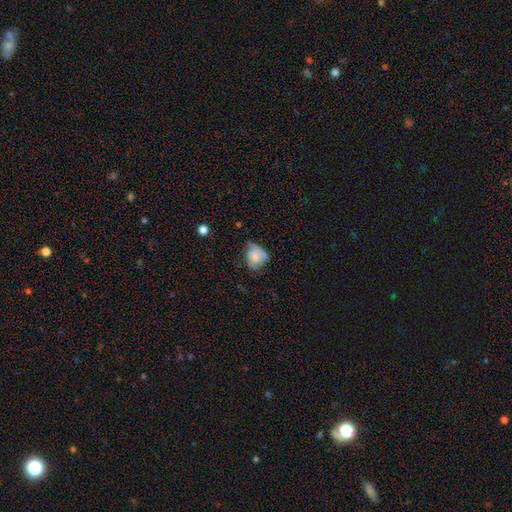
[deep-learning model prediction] Morphology: type=smooth (69%); roundness=in between (54%); merging=minor disturbance (38%).